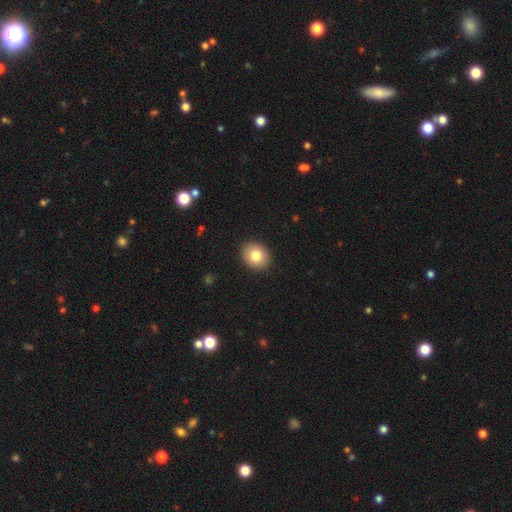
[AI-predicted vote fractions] A smooth galaxy with no disk features (82%) that is round (60%).

Vote fractions:
- Smooth or featured? smooth: 82% / featured or disk: 10% / star or artifact: 9%
- How rounded? round: 60% / in between: 39% / cigar-shaped: 1%
- Merging? none: 91% / minor disturbance: 6% / major disturbance: 2% / merger: 1%